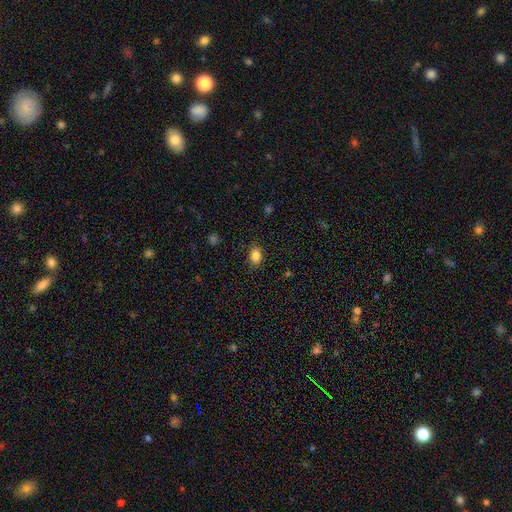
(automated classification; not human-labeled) smooth 84%, star or artifact 9%, featured or disk 6%. Down the decision tree: how rounded — in between (74%); merging — none (84%).